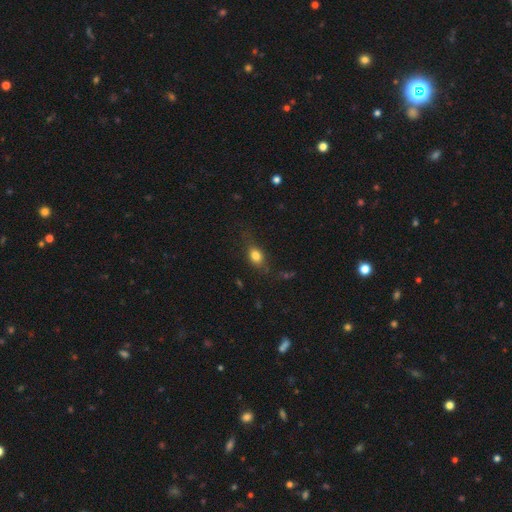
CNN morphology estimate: Overall: smooth (77%). How rounded: in between (67%). Merging: none (64%).